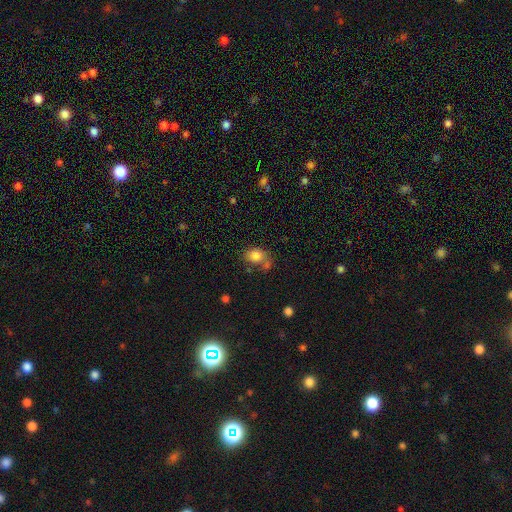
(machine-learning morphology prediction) smooth-or-featured: smooth: 81% | star or artifact: 10% | featured or disk: 9%
  how-rounded: in between: 62% | round: 37% | cigar-shaped: 1%
  merging: none: 53% | merger: 21% | minor disturbance: 19% | major disturbance: 8%